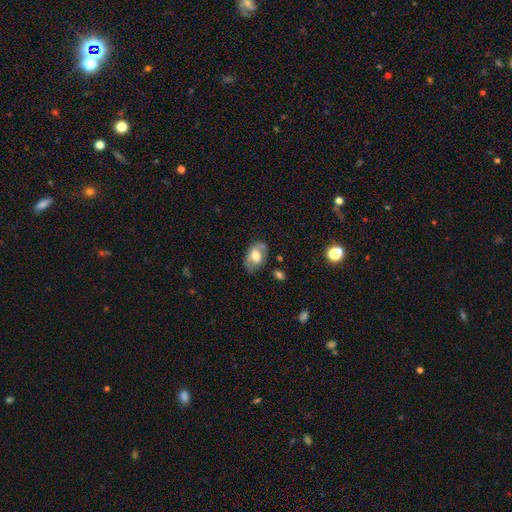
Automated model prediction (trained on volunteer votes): Smooth or featured? Predicted: smooth (p=0.55). How rounded? Predicted: in between (p=0.83). Merging? Predicted: none (p=0.65).